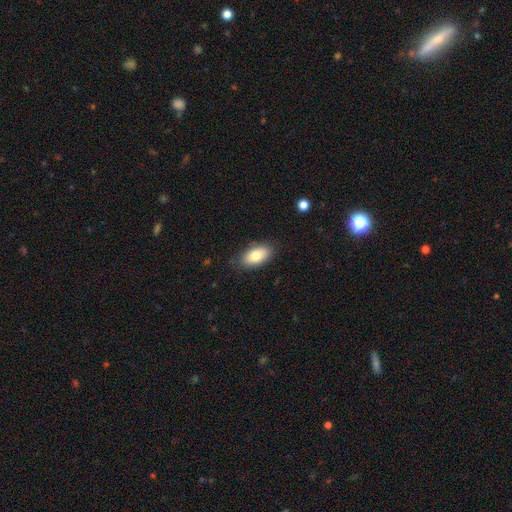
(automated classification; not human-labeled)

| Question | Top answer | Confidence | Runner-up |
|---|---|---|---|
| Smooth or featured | smooth | 79% | featured or disk (14%) |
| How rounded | in between | 92% | round (4%) |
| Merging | none | 83% | minor disturbance (13%) |